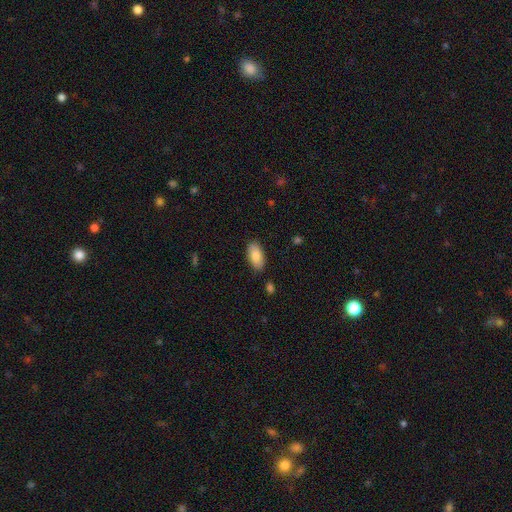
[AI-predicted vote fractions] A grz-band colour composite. It shows a smooth galaxy with no disk features (85%) that is in between round and cigar-shaped (93%). Merging: none (85%).